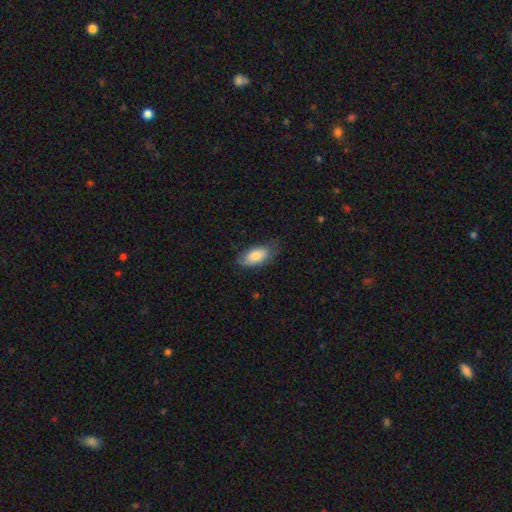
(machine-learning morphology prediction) This is clearly a smooth galaxy (81%). How rounded: clearly in between (91%). Merging: likely none (68%).